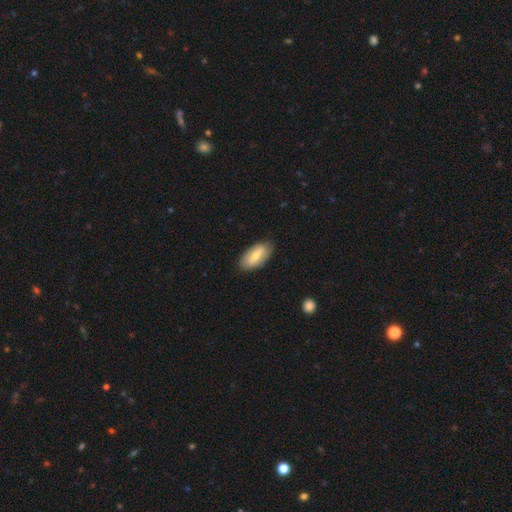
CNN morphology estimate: A smooth galaxy with no disk features (58%) that is in between round and cigar-shaped (90%).

Vote fractions:
- Smooth or featured? smooth: 58% / featured or disk: 36% / star or artifact: 6%
- How rounded? in between: 90% / cigar-shaped: 8% / round: 2%
- Merging? none: 85% / minor disturbance: 11% / major disturbance: 2% / merger: 1%